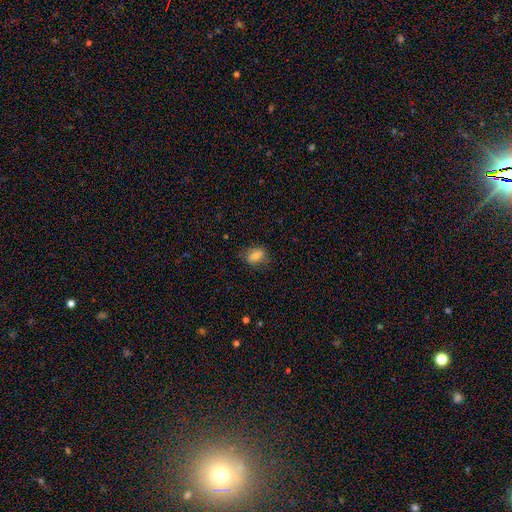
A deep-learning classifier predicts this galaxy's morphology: The model was most divided on "how rounded": in between: 67%, round: 31%, cigar-shaped: 2%. More confident: smooth or featured — smooth (78%); merging — none (74%).